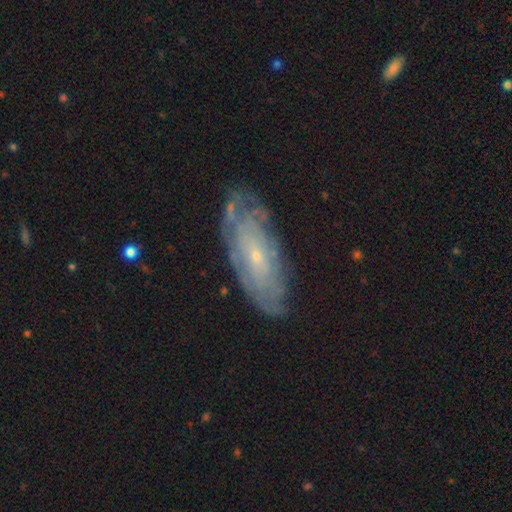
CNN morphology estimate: smooth-or-featured: featured or disk: 74% | smooth: 19% | star or artifact: 8%
  disk-edge-on: no: 86% | yes: 14%
    bar: no: 74% | weak: 21% | strong: 5%
    has-spiral-arms: yes: 82% | no: 18%
      spiral-winding: tight: 75% | medium: 19% | loose: 6%
      spiral-arm-count: can't tell: 65% | 2: 9% | 4: 8% | more than 4: 7% | 3: 6% | 1: 4%
    bulge-size: small: 84% | moderate: 12% | none: 2% | large: 1% | dominant: 1%
  merging: none: 76% | minor disturbance: 18% | major disturbance: 5% | merger: 2%